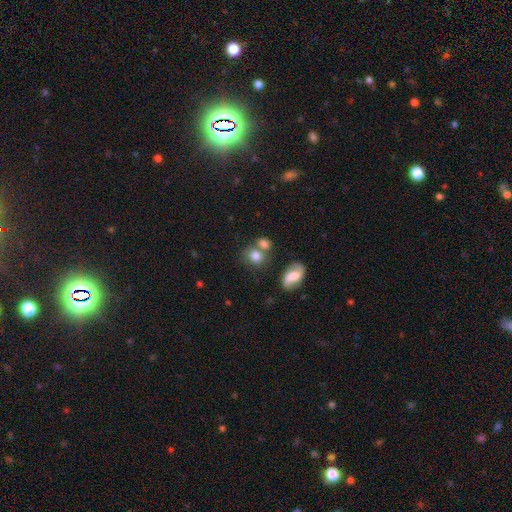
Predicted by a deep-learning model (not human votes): The model was most divided on "how rounded": round: 60%, in between: 38%, cigar-shaped: 2%. More confident: smooth or featured — smooth (77%); merging — none (54%).